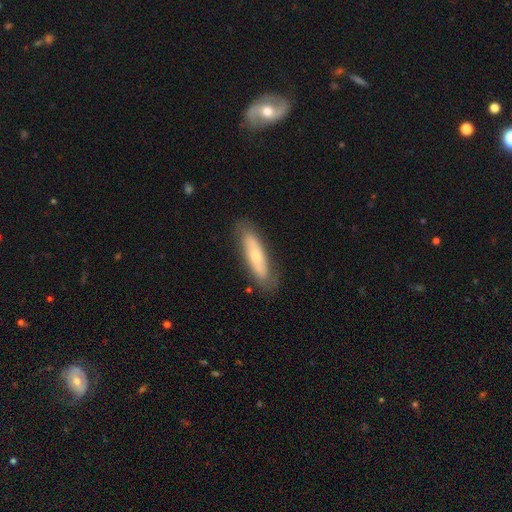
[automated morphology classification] smooth 56%, featured or disk 38%, star or artifact 6%. Down the decision tree: how rounded — cigar-shaped (66%); merging — none (82%).